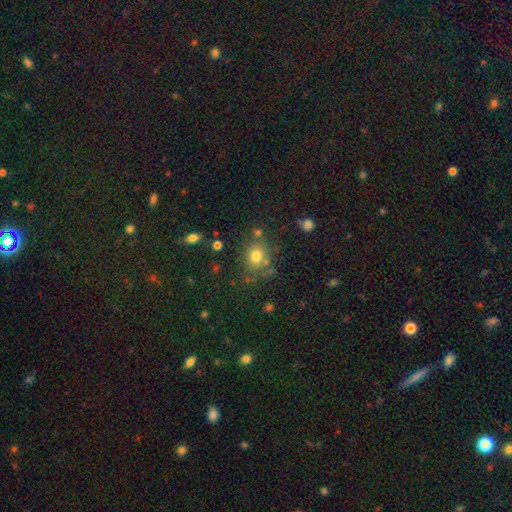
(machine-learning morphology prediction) This appears to be a smooth galaxy with no disk features (76%) that is round (70%). Merging: none (73%).